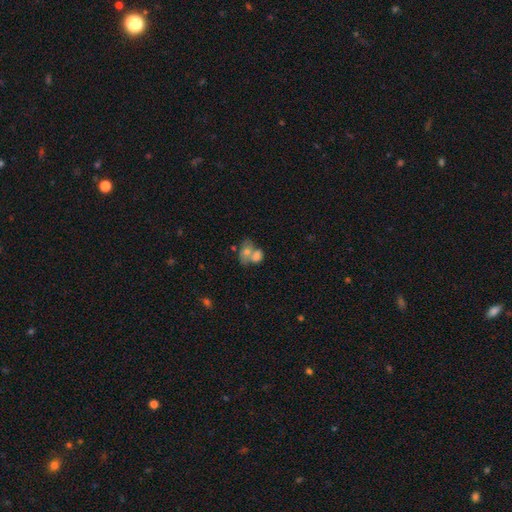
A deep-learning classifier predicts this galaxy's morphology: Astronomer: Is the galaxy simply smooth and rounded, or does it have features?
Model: smooth — 67%.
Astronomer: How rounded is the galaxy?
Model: in between — 66%.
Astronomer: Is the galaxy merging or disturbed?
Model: merger — 64%.